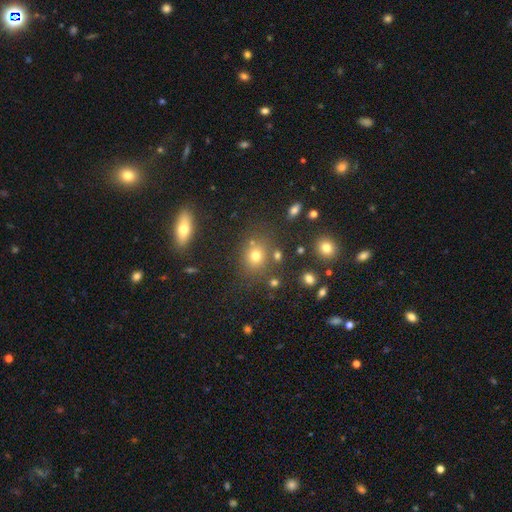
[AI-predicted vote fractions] Smooth or featured: smooth — 72% (star or artifact — 18%)
How rounded: round — 70% (in between — 28%)
Merging: none — 75% (minor disturbance — 11%)